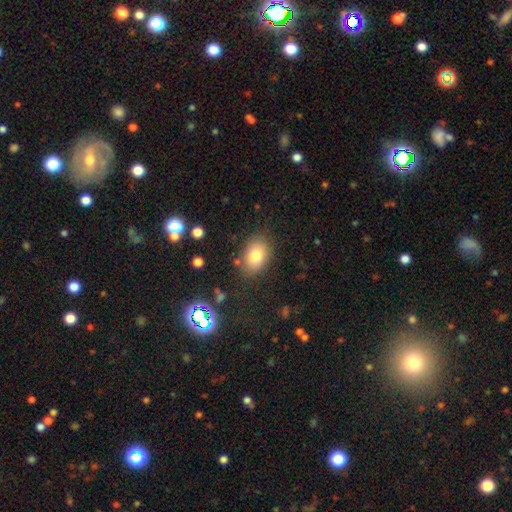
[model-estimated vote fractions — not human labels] This appears to be a smooth galaxy with no disk features (80%) that is in between round and cigar-shaped (79%). Merging: none (80%).